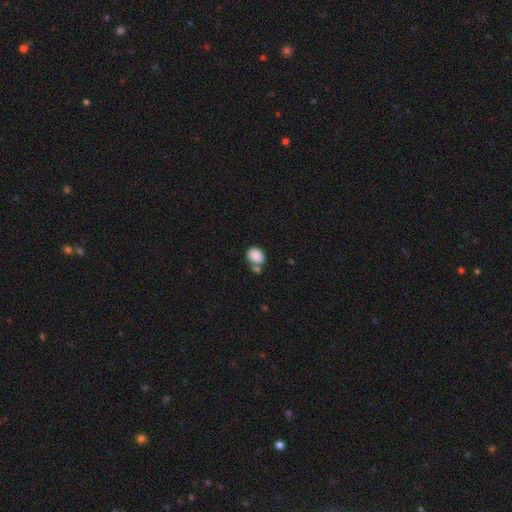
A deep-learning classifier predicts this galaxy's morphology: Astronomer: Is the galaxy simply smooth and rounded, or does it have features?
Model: smooth — 87%.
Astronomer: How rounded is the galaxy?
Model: in between — 55% (runner-up: round, 44%).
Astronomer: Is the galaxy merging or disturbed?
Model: none — 49% (runner-up: merger, 33%).